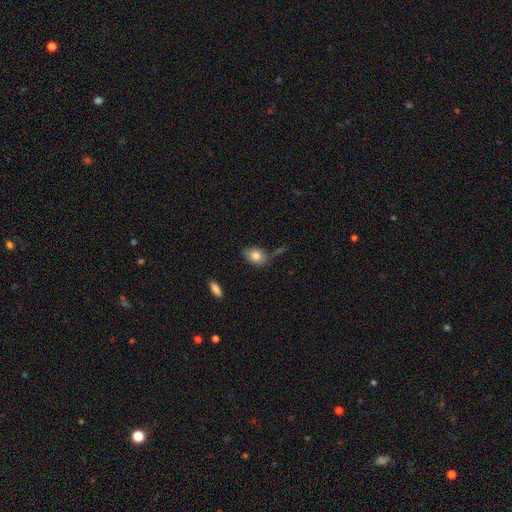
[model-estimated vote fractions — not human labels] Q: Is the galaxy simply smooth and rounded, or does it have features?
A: smooth — 81%.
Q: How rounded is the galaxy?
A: in between — 71%.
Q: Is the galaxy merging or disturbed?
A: none — 58%.